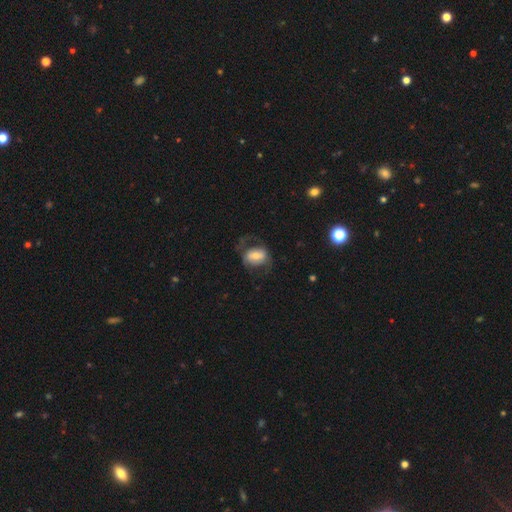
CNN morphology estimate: A smooth galaxy with no disk features (48%). Merging: none (50%).